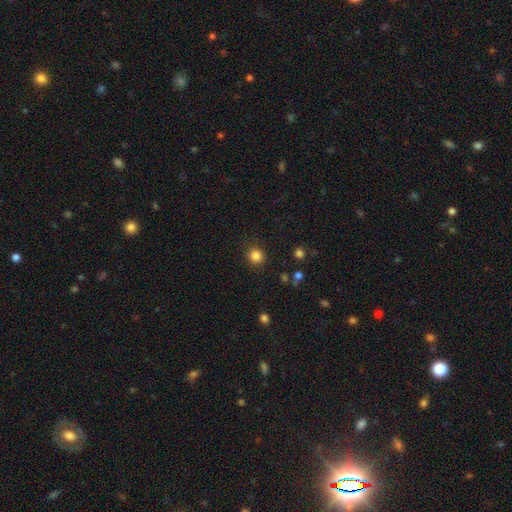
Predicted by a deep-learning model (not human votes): A smooth galaxy with no disk features (84%) that is round (90%).

Vote fractions:
- Smooth or featured? smooth: 84% / star or artifact: 12% / featured or disk: 4%
- How rounded? round: 90% / in between: 10% / cigar-shaped: 1%
- Merging? none: 87% / minor disturbance: 8% / major disturbance: 3% / merger: 2%